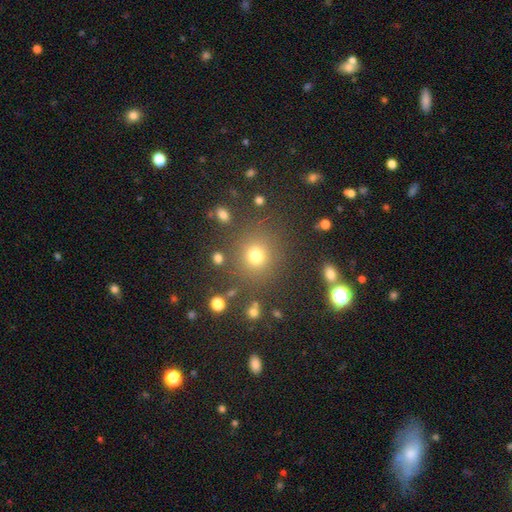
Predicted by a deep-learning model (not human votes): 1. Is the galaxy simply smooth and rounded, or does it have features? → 74% smooth, 19% star or artifact, 7% featured or disk.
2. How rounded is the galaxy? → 88% round, 11% in between, 1% cigar-shaped.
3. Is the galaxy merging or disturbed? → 81% none, 9% minor disturbance, 5% merger, 5% major disturbance.